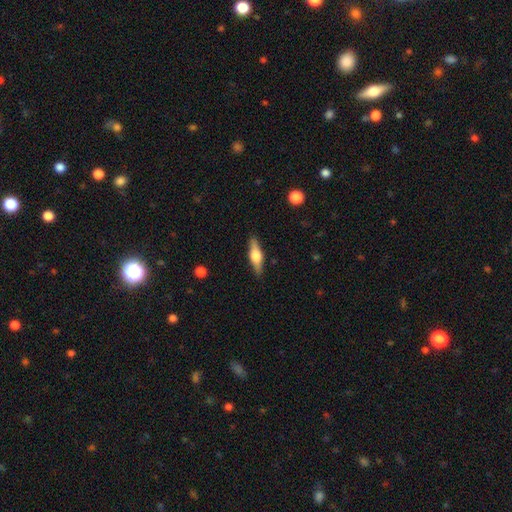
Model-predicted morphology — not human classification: Smooth or featured? Predicted: featured or disk (p=0.54). Edge-on disk? Predicted: yes (p=0.94). Edge-on bulge? Predicted: rounded (p=0.90). Merging? Predicted: none (p=0.87).